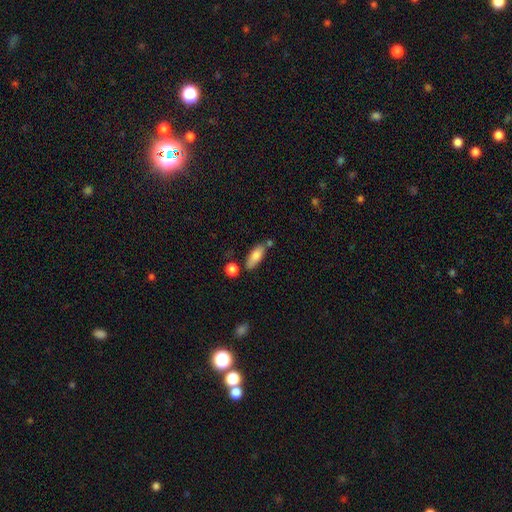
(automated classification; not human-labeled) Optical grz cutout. It shows a smooth galaxy with no disk features (79%) that is in between round and cigar-shaped (73%). Merging: none (68%).